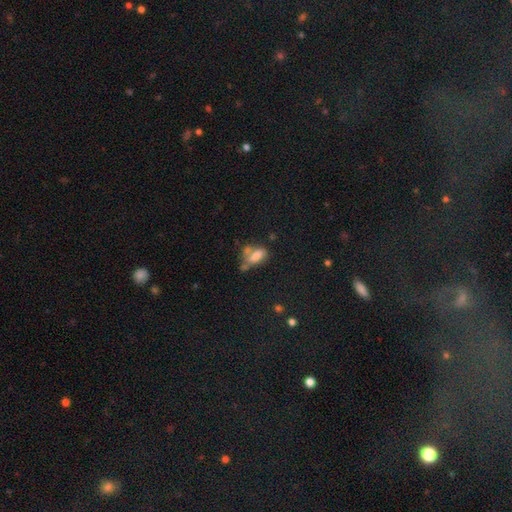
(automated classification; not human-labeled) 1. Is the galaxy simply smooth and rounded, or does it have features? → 70% smooth, 18% featured or disk, 12% star or artifact.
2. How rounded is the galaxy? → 81% in between, 13% cigar-shaped, 6% round.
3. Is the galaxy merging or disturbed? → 32% none, 30% merger, 22% minor disturbance, 15% major disturbance.